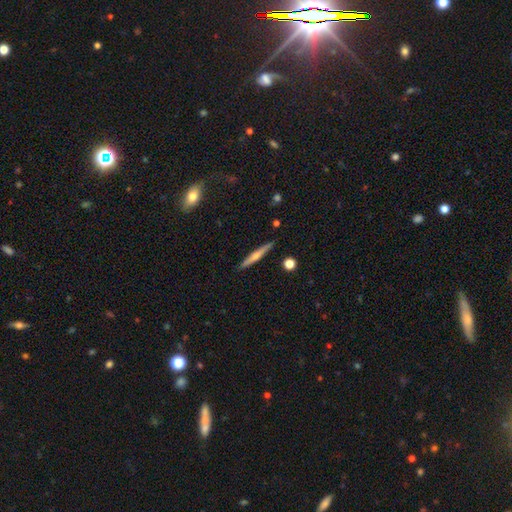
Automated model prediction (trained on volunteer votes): Q: Smooth or featured?
A: featured or disk (57%); runner-up: smooth (36%)
Q: Edge-on disk?
A: yes (97%); runner-up: no (3%)
Q: Edge-on bulge?
A: rounded (78%); runner-up: none (16%)
Q: Merging?
A: none (89%); runner-up: minor disturbance (8%)